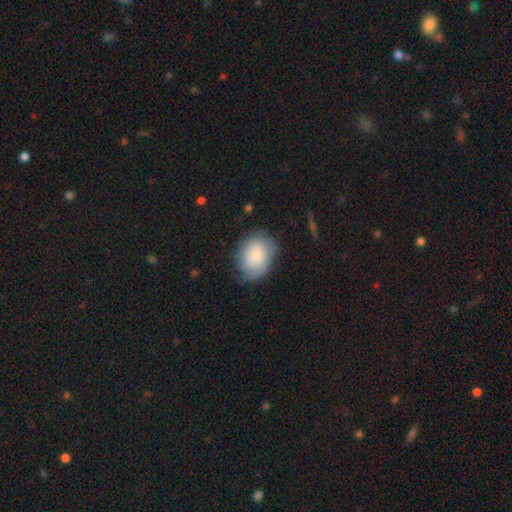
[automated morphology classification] This appears to be a smooth galaxy with no disk features (78%) that is in between round and cigar-shaped (65%). Merging: none (67%).